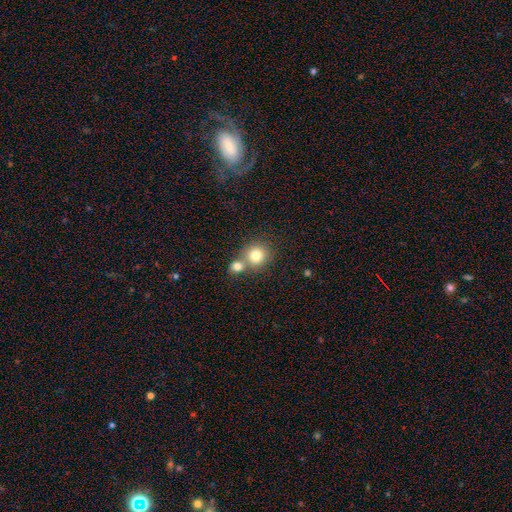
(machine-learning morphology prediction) Smooth or featured: smooth — 79% (star or artifact — 10%)
How rounded: round — 87% (in between — 12%)
Merging: none — 49% (merger — 41%)